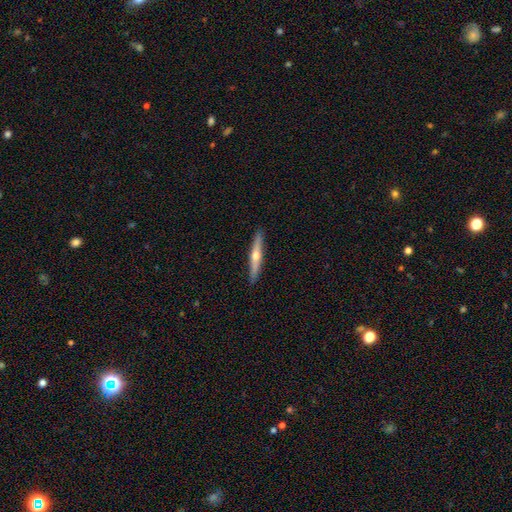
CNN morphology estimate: This is possibly a featured or disk galaxy (60%). It is clearly viewed edge-on (95%). Edge-on bulge: clearly rounded (91%). Merging: clearly none (91%).